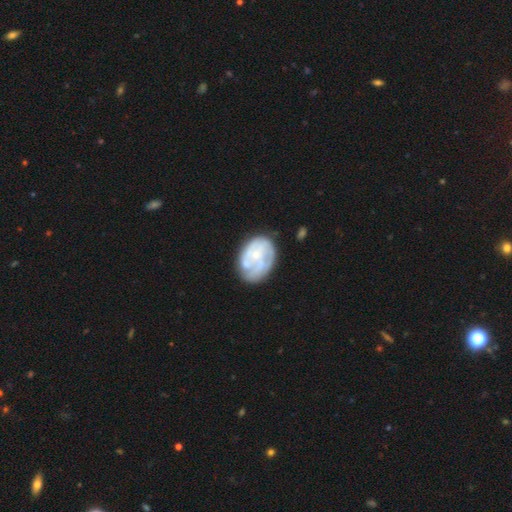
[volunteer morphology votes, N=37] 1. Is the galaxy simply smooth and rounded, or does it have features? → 73% featured or disk, 24% smooth, 3% star or artifact.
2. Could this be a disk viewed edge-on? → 100% no, 0% yes.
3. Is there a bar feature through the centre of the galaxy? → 78% no, 22% weak, 0% strong.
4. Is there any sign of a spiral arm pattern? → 85% yes, 15% no.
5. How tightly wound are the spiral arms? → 65% tight, 17% medium, 17% loose.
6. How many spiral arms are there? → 57% can't tell, 22% 3, 13% 4, 9% 2, 0% 1, 0% more than 4.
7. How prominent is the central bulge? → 78% small, 11% moderate, 11% none, 0% dominant, 0% large.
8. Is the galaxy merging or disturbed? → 58% none, 17% major disturbance, 14% minor disturbance, 11% merger.